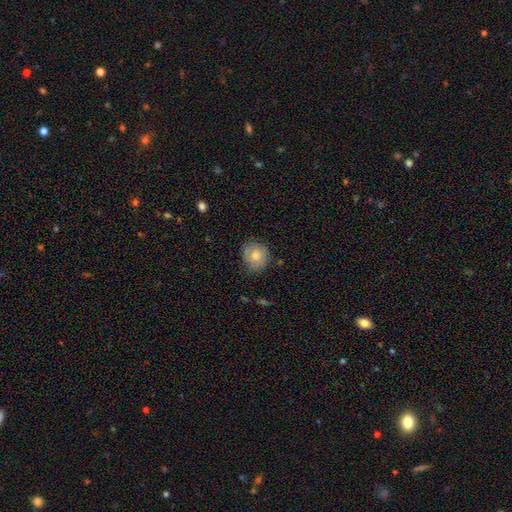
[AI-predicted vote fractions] Smooth or featured?
  - smooth: 76% *
  - featured or disk: 16%
  - star or artifact: 7%
How rounded?
  - round: 76% *
  - in between: 23%
  - cigar-shaped: 1%
Merging?
  - none: 73% *
  - minor disturbance: 21%
  - major disturbance: 5%
  - merger: 2%